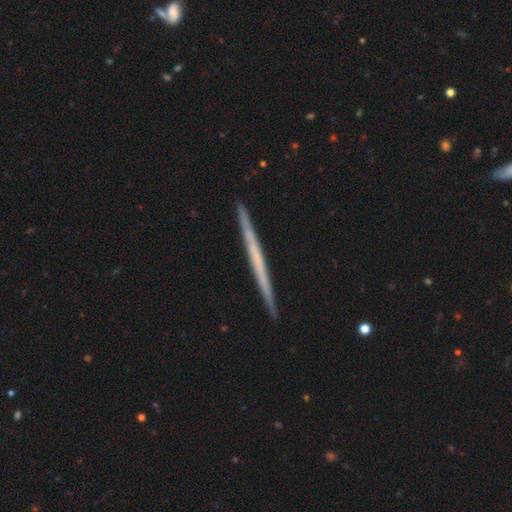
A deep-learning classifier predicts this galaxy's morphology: This appears to be a featured or disk galaxy (59%) viewed edge-on (98%) with no central bulge (92%). Merging: none (92%).